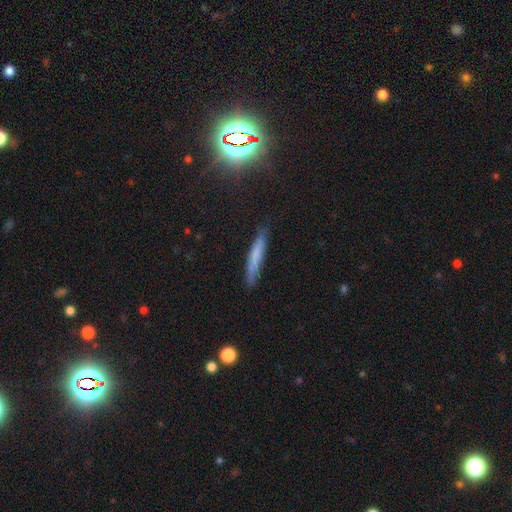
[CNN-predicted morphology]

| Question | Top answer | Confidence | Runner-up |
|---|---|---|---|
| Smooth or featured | smooth | 67% | featured or disk (24%) |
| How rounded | cigar-shaped | 94% | in between (5%) |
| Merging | none | 85% | minor disturbance (12%) |